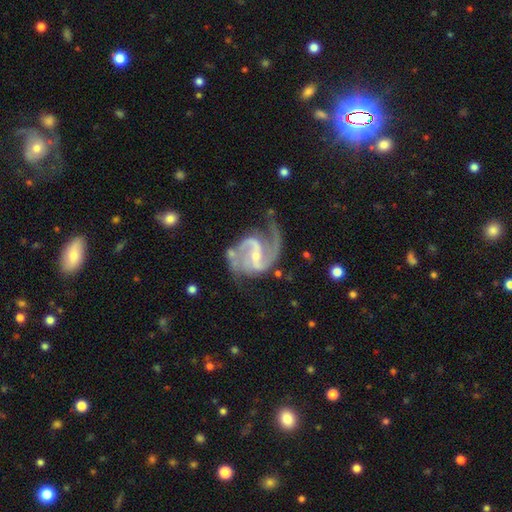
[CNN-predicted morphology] This appears to be a featured or disk galaxy (93%) with a weak bar (45%), 2 (88%) medium (59%) spiral arms (98%) and a small central bulge (66%). Merging: none (59%).